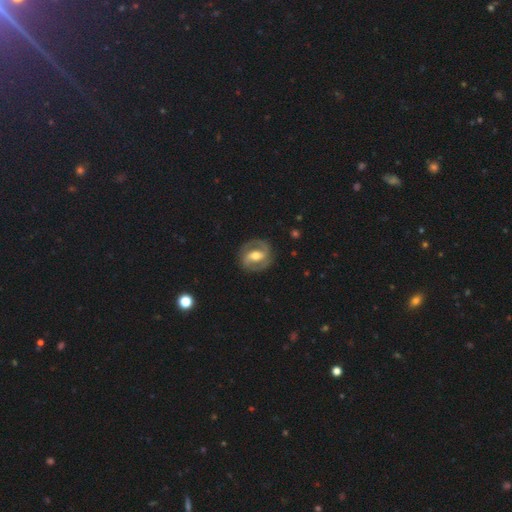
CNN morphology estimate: The model was most divided on "bar": strong: 47%, weak: 37%, no: 17%. More confident: edge-on disk — no (97%); spiral arm count — 2 (91%); spiral arms — yes (91%); merging — none (85%); smooth or featured — featured or disk (84%); bulge size — moderate (71%); spiral winding — medium (50%).